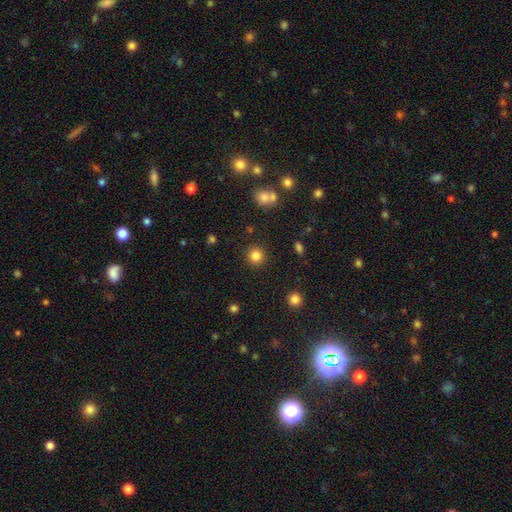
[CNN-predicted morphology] Smooth or featured? Predicted: smooth (p=0.84). How rounded? Predicted: round (p=0.93). Merging? Predicted: none (p=0.90).